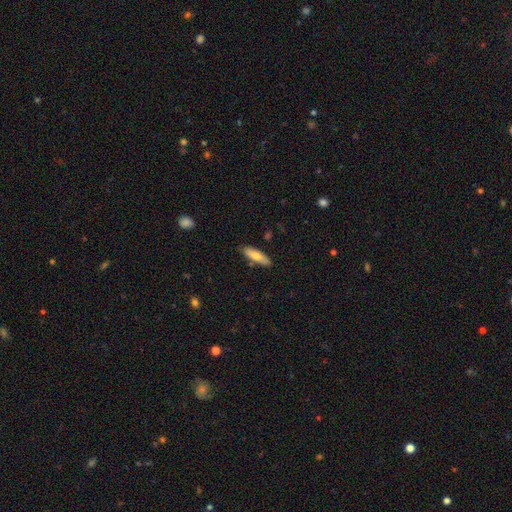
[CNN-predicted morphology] Smooth or featured? smooth (71%)
How rounded? cigar-shaped (52%)
Merging? none (83%)